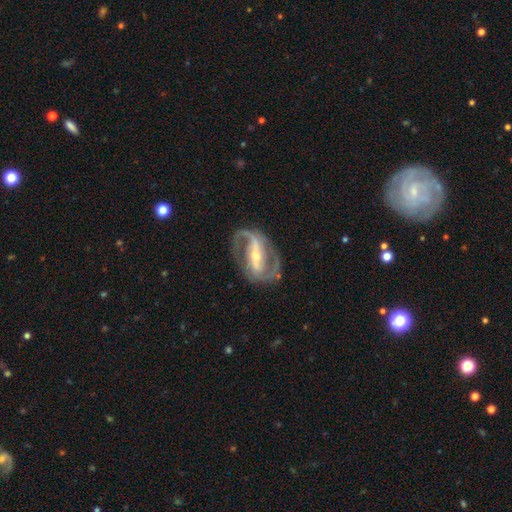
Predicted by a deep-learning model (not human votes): Smooth or featured? Predicted: featured or disk (p=0.86). Edge-on disk? Predicted: no (p=0.92). Bar? Predicted: strong (p=0.69). Spiral arms? Predicted: yes (p=0.90). Spiral winding? Predicted: medium (p=0.46). Spiral arm count? Predicted: 2 (p=0.87). Bulge size? Predicted: small (p=0.51). Merging? Predicted: none (p=0.74).